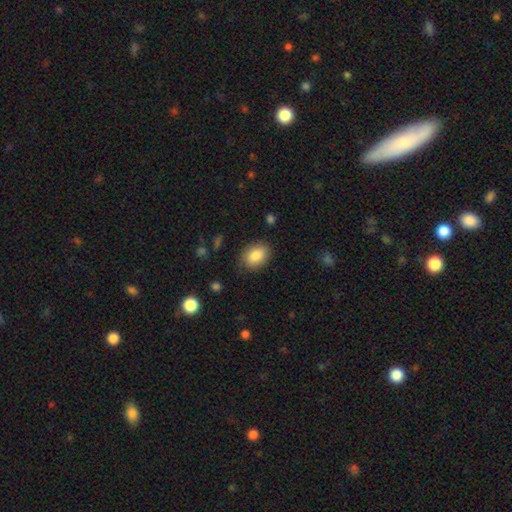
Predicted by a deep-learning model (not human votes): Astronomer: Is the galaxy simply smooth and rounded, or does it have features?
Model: smooth — 84%.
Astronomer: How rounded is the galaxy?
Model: in between — 76%.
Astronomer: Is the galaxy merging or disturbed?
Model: none — 84%.